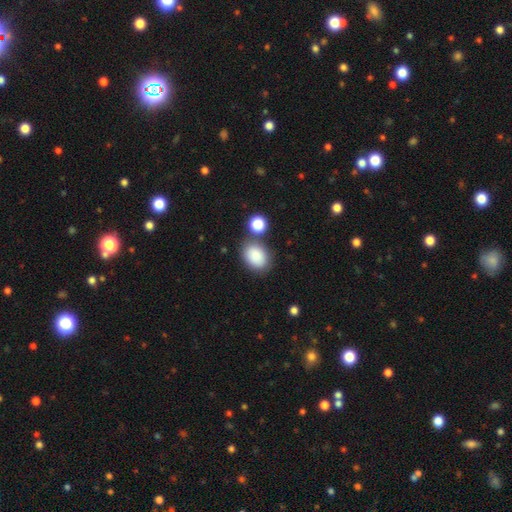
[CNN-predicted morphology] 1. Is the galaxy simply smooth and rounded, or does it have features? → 86% smooth, 8% star or artifact, 6% featured or disk.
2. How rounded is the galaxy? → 71% in between, 27% round, 1% cigar-shaped.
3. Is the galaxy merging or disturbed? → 69% none, 14% minor disturbance, 13% merger, 4% major disturbance.